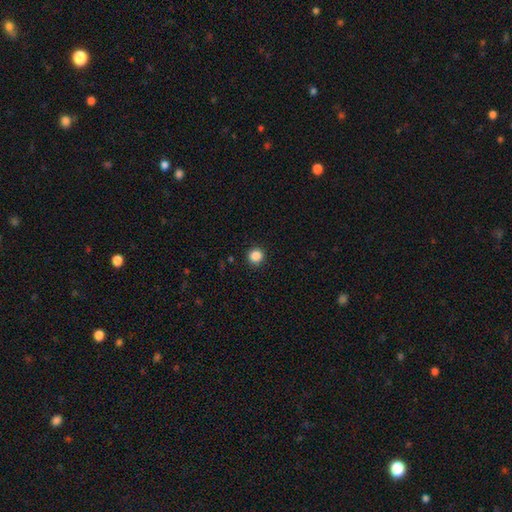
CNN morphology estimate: Smooth or featured? Predicted: smooth (p=0.86). How rounded? Predicted: round (p=0.95). Merging? Predicted: none (p=0.92).